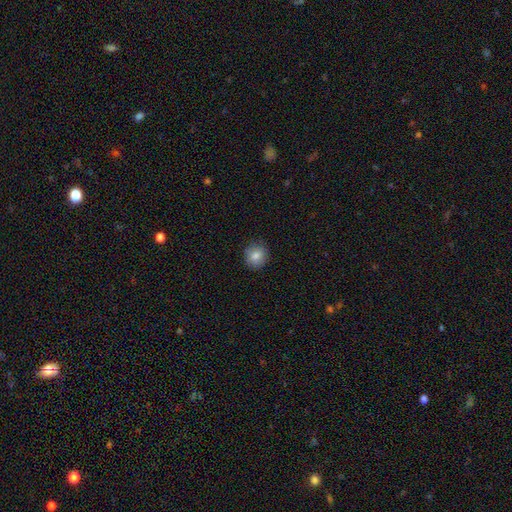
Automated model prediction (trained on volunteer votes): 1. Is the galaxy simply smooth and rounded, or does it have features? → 82% smooth, 9% star or artifact, 9% featured or disk.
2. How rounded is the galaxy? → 88% round, 11% in between, 1% cigar-shaped.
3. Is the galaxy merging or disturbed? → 89% none, 8% minor disturbance, 2% major disturbance, 1% merger.